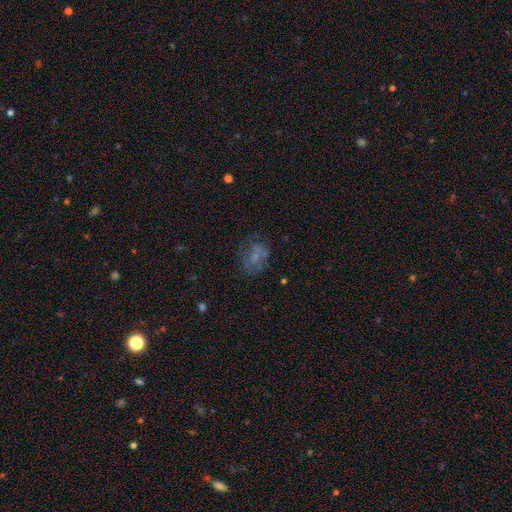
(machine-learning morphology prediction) smooth-or-featured: smooth: 47% | featured or disk: 37% | star or artifact: 16%
  merging: none: 52% | minor disturbance: 22% | major disturbance: 22% | merger: 4%